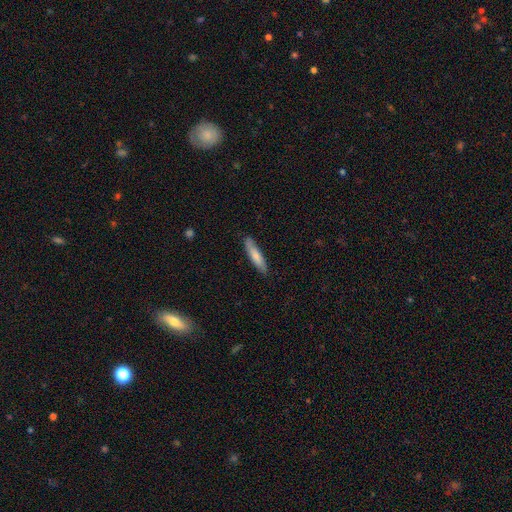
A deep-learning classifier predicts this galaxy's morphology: This appears to be a smooth galaxy with no disk features (75%) that is cigar-shaped (83%). Merging: none (85%).